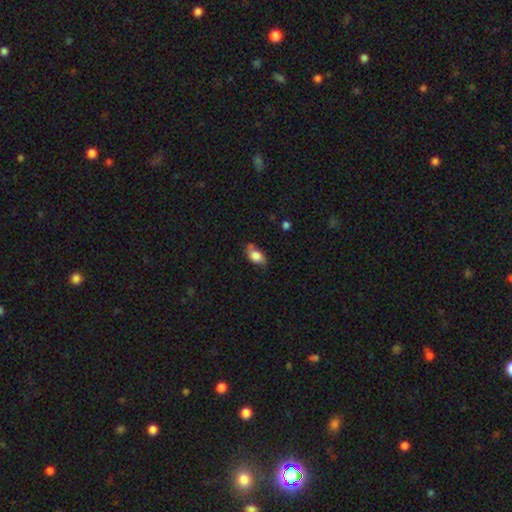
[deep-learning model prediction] A smooth galaxy with no disk features (78%) that is in between round and cigar-shaped (88%).

Vote fractions:
- Smooth or featured? smooth: 78% / featured or disk: 14% / star or artifact: 8%
- How rounded? in between: 88% / round: 8% / cigar-shaped: 4%
- Merging? none: 58% / minor disturbance: 30% / major disturbance: 8% / merger: 4%